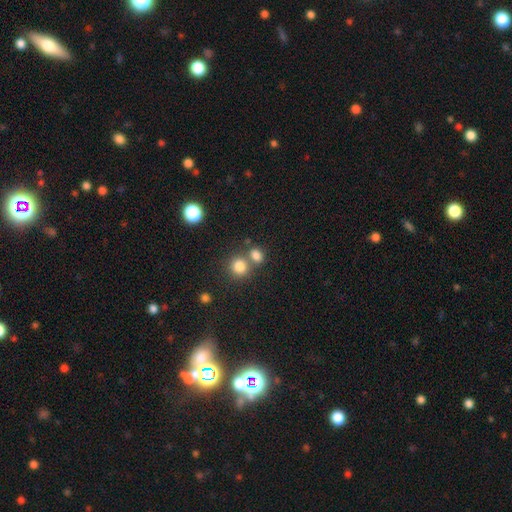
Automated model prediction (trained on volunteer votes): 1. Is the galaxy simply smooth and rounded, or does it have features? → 80% smooth, 13% star or artifact, 7% featured or disk.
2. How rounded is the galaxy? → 54% round, 44% in between, 1% cigar-shaped.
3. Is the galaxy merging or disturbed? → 52% none, 35% merger, 9% minor disturbance, 4% major disturbance.